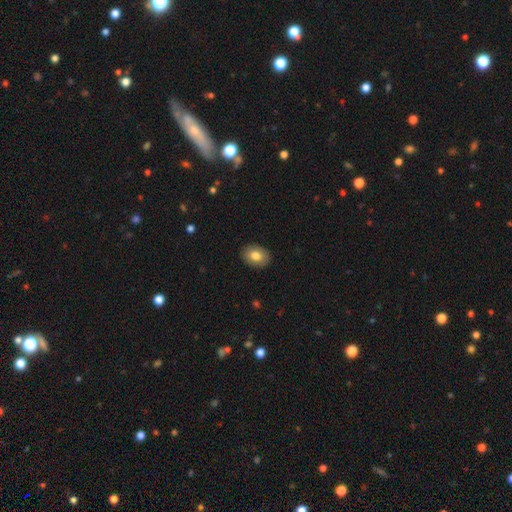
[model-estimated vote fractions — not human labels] This is likely a smooth galaxy (79%). How rounded: likely in between (74%). Merging: clearly none (89%).